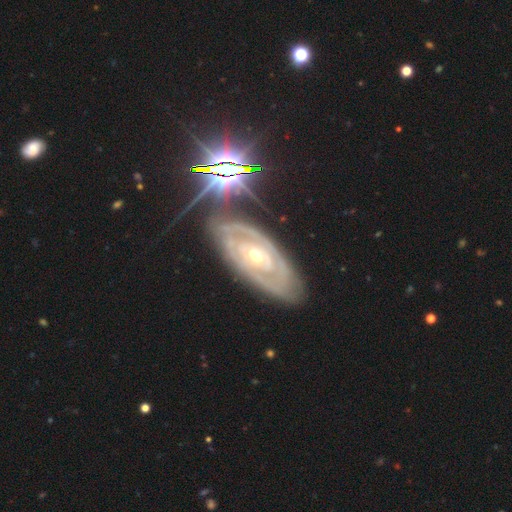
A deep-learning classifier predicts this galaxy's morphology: A featured or disk galaxy (83%) with no bar (52%), tight (75%) spiral arms (86%) and a moderate central bulge (50%).

Vote fractions:
- Smooth or featured? featured or disk: 83% / star or artifact: 10% / smooth: 7%
- Edge-on disk? no: 92% / yes: 8%
- Bar? no: 52% / weak: 31% / strong: 17%
- Spiral arms? yes: 86% / no: 14%
- Spiral winding? tight: 75% / medium: 19% / loose: 5%
- Spiral arm count? can't tell: 41% / 2: 36% / 3: 11% / 4: 5% / 1: 4% / more than 4: 4%
- Bulge size? moderate: 50% / small: 47% / large: 1% / none: 1% / dominant: 1%
- Merging? none: 76% / minor disturbance: 15% / major disturbance: 6% / merger: 3%